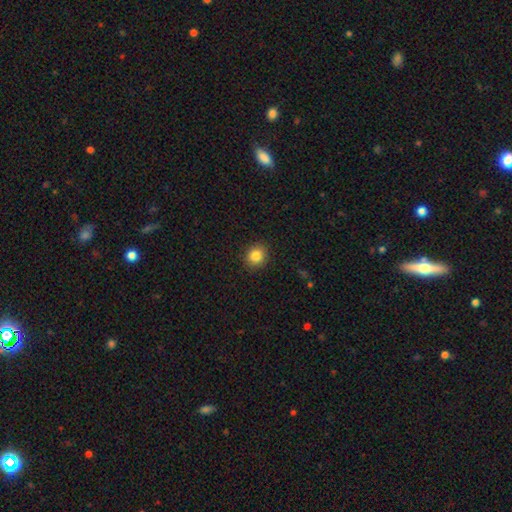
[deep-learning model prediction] Smooth or featured? smooth (85%)
How rounded? round (82%)
Merging? none (90%)